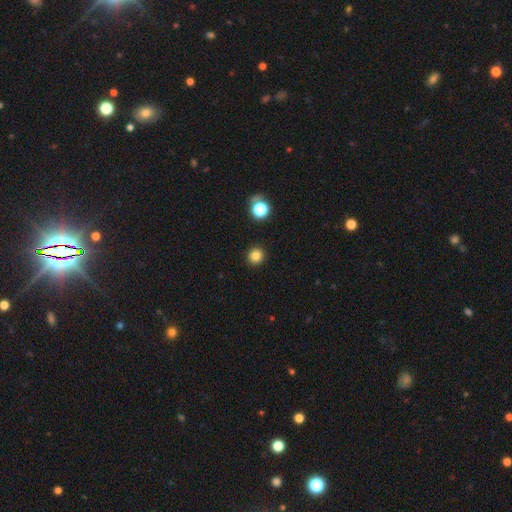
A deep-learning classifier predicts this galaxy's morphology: This appears to be a smooth galaxy with no disk features (82%) that is round (94%). Merging: none (92%).